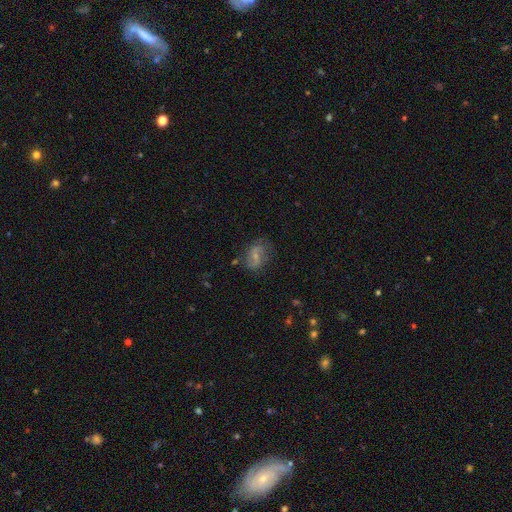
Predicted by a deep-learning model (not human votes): This is possibly a featured or disk galaxy (50%). It is clearly not viewed edge-on (96%). Merging: likely none (64%).